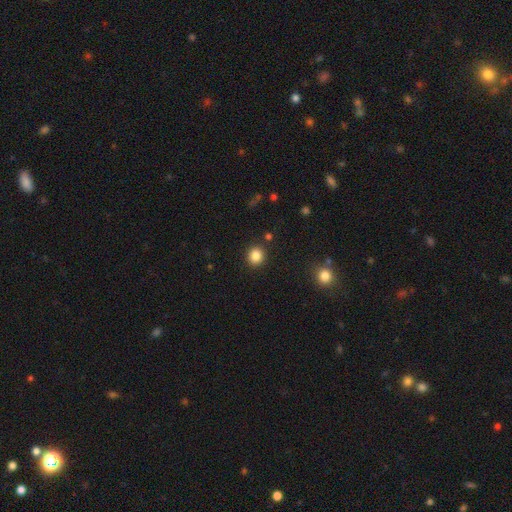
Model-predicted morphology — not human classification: smooth 85%, star or artifact 11%, featured or disk 4%. Down the decision tree: how rounded — round (85%); merging — none (90%).